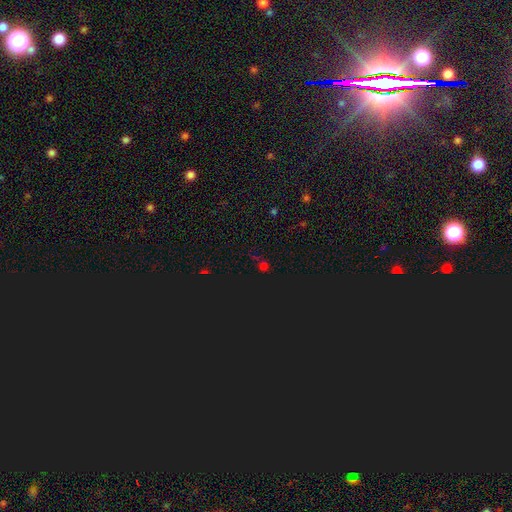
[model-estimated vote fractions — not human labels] Smooth or featured?
  - star or artifact: 63% *
  - smooth: 30%
  - featured or disk: 7%